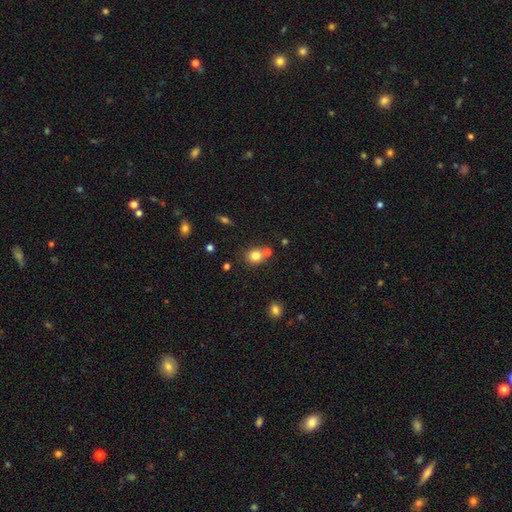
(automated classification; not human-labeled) smooth-or-featured: smooth: 79% | star or artifact: 12% | featured or disk: 9%
  how-rounded: round: 80% | in between: 19% | cigar-shaped: 1%
  merging: none: 61% | merger: 27% | minor disturbance: 9% | major disturbance: 3%